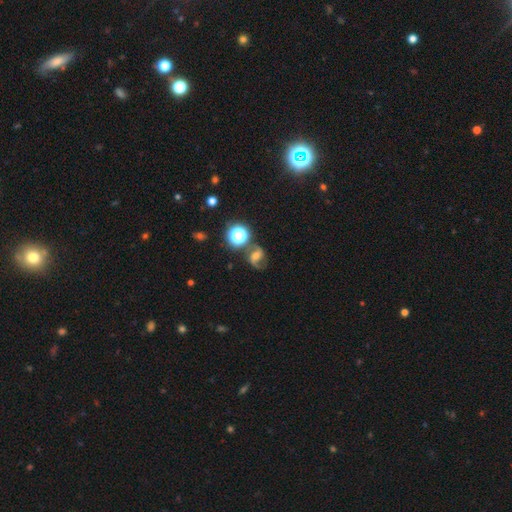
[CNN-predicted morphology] Smooth or featured: featured or disk — 75% (star or artifact — 13%)
Edge-on disk: no — 98% (yes — 2%)
Bar: weak — 43% (no — 29%)
Spiral arms: yes — 95% (no — 5%)
Spiral winding: medium — 51% (loose — 36%)
Spiral arm count: 2 — 91% (1 — 3%)
Bulge size: moderate — 57% (small — 29%)
Merging: none — 74% (minor disturbance — 13%)